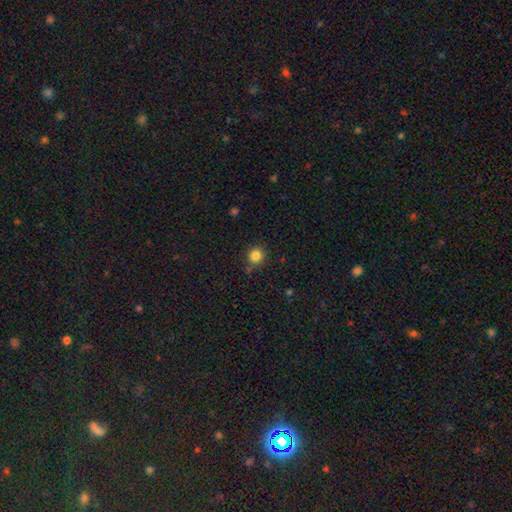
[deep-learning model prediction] smooth 83%, star or artifact 12%, featured or disk 5%. Down the decision tree: how rounded — round (93%); merging — none (83%).